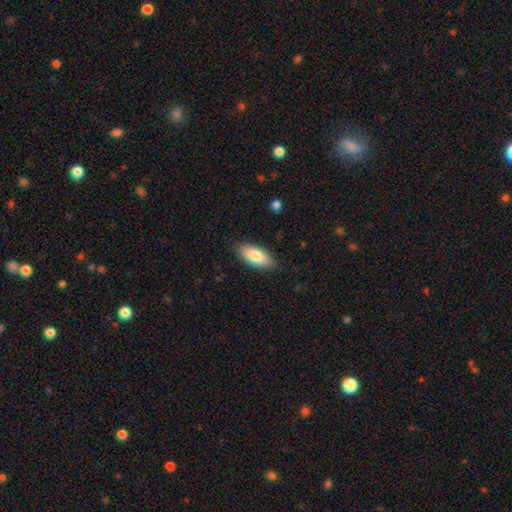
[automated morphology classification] Smooth or featured: smooth — 82% (featured or disk — 12%)
How rounded: in between — 87% (cigar-shaped — 11%)
Merging: none — 87% (minor disturbance — 10%)